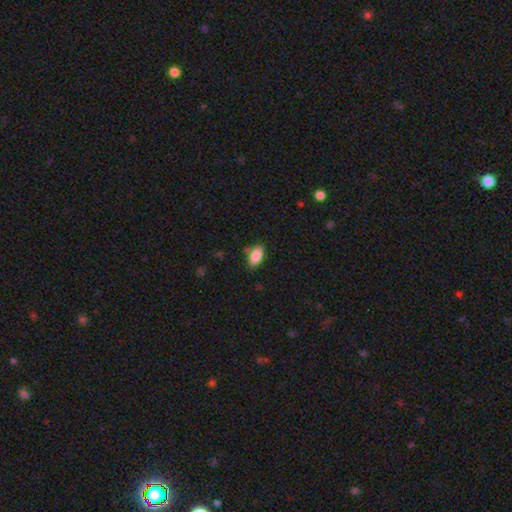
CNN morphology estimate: smooth 87%, star or artifact 7%, featured or disk 5%. Down the decision tree: how rounded — in between (93%); merging — none (79%).